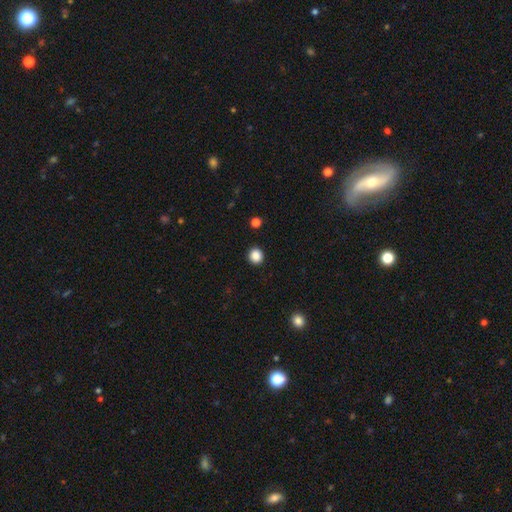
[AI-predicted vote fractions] The model was most divided on "how rounded": round: 88%, in between: 11%, cigar-shaped: 1%. More confident: merging — none (92%); smooth or featured — smooth (87%).